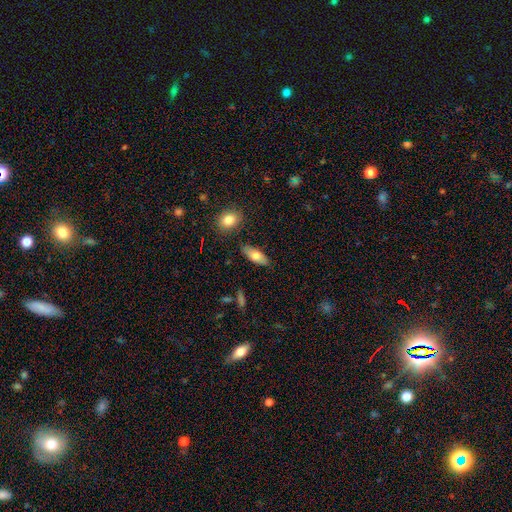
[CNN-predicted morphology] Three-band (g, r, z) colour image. It shows a smooth galaxy with no disk features (75%) that is in between round and cigar-shaped (78%). Merging: none (83%).